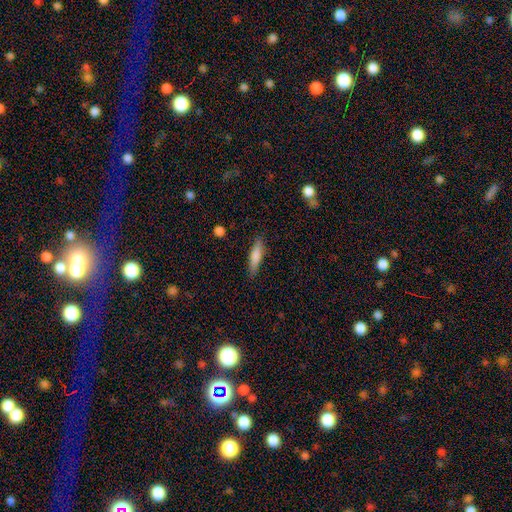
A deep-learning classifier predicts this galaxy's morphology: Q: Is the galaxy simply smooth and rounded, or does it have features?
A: smooth — 78%.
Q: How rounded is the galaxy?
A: cigar-shaped — 70%.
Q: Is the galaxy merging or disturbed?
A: none — 85%.